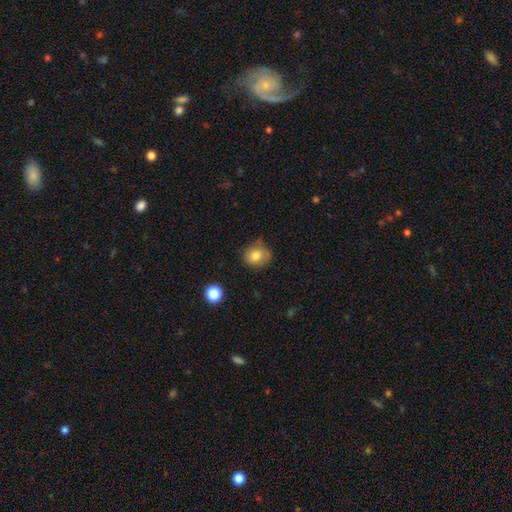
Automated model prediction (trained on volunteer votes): Morphology: type=smooth (79%); roundness=round (80%); merging=none (73%).